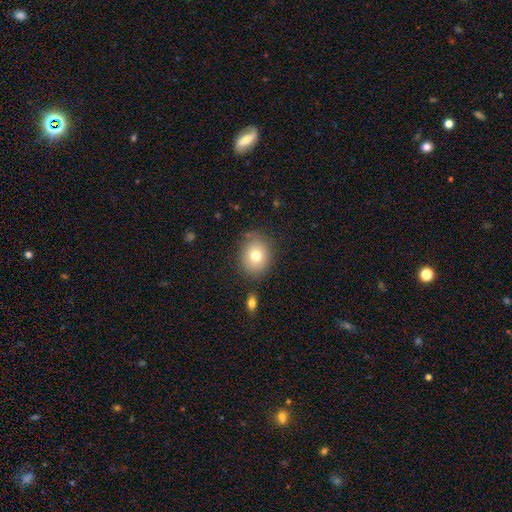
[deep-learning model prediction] Smooth or featured? Predicted: smooth (p=0.75). How rounded? Predicted: round (p=0.65). Merging? Predicted: none (p=0.79).